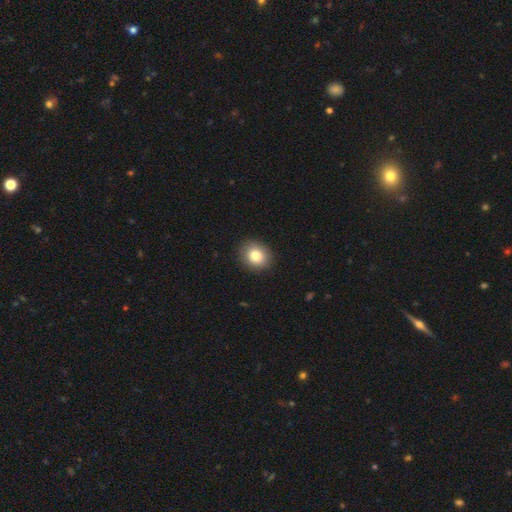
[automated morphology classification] Q: Smooth or featured?
A: smooth (83%); runner-up: star or artifact (9%)
Q: How rounded?
A: round (67%); runner-up: in between (32%)
Q: Merging?
A: none (90%); runner-up: minor disturbance (7%)